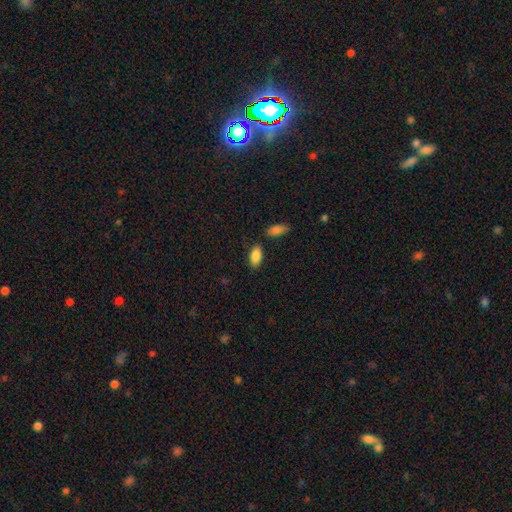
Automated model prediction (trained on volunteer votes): Smooth or featured? smooth (88%)
How rounded? in between (92%)
Merging? none (82%)